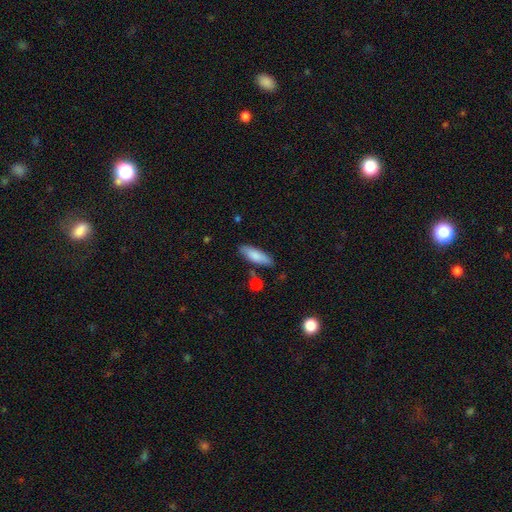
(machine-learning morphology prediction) The model was most divided on "how rounded": in between: 55%, cigar-shaped: 43%, round: 2%. More confident: smooth or featured — smooth (81%); merging — none (80%).